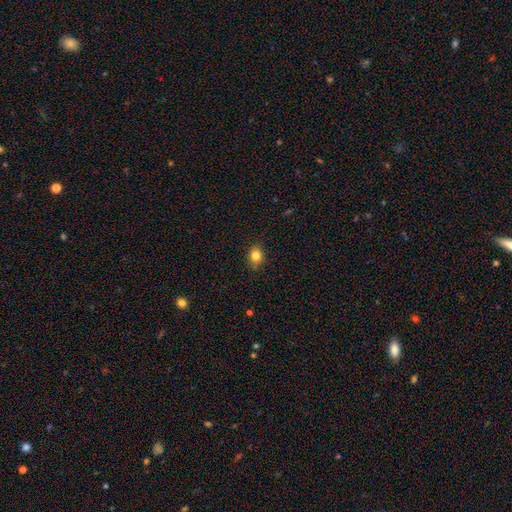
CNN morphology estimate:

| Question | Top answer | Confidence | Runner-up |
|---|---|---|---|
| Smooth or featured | smooth | 83% | star or artifact (11%) |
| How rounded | round | 63% | in between (36%) |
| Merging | none | 85% | minor disturbance (12%) |